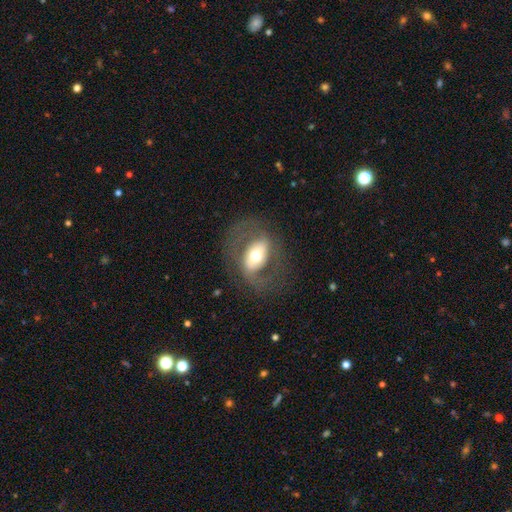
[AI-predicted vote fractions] Smooth or featured?
  - featured or disk: 62% *
  - smooth: 31%
  - star or artifact: 7%
Edge-on disk?
  - no: 93% *
  - yes: 7%
Bar?
  - no: 41% *
  - strong: 30%
  - weak: 28%
Spiral arms?
  - yes: 57% *
  - no: 43%
Bulge size?
  - moderate: 65% *
  - large: 23%
  - small: 9%
  - dominant: 3%
  - none: 1%
Merging?
  - none: 68% *
  - major disturbance: 16%
  - minor disturbance: 15%
  - merger: 1%